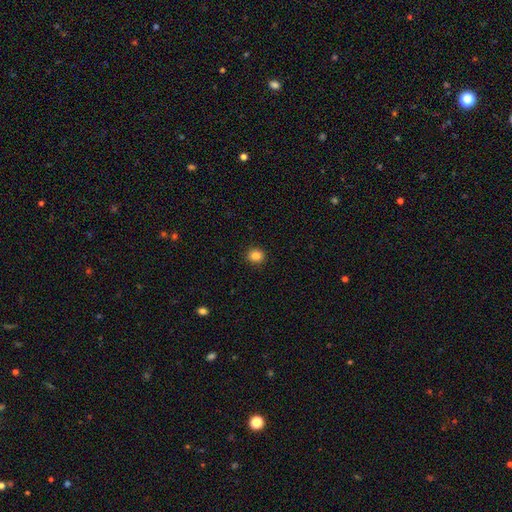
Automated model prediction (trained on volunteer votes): The model was most divided on "how rounded": round: 77%, in between: 22%, cigar-shaped: 1%. More confident: merging — none (91%); smooth or featured — smooth (86%).